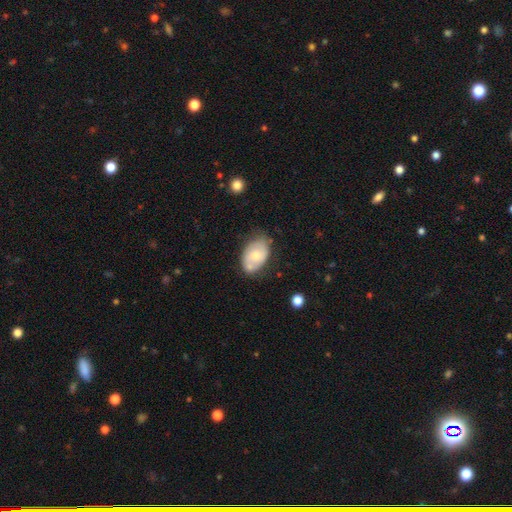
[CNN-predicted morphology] Q: Smooth or featured?
A: smooth (58%); runner-up: featured or disk (36%)
Q: How rounded?
A: in between (88%); runner-up: round (11%)
Q: Merging?
A: none (60%); runner-up: minor disturbance (26%)